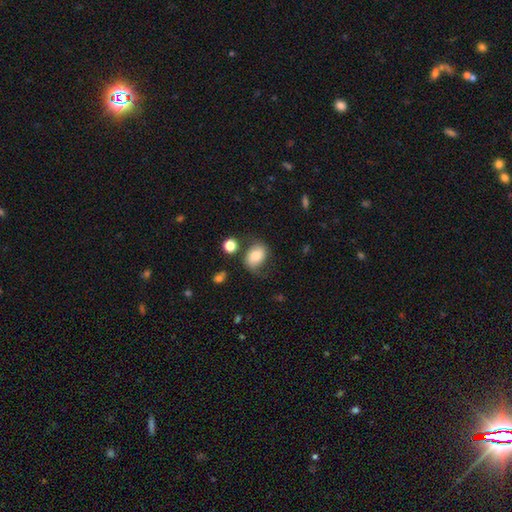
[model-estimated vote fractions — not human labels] A smooth galaxy with no disk features (71%) that is in between round and cigar-shaped (69%). Merging: none (62%).